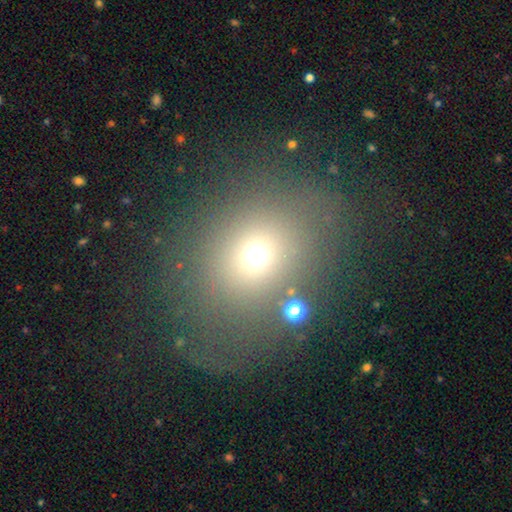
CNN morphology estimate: Overall: smooth (65%). How rounded: round (67%; in between 32%). Merging: none (66%).